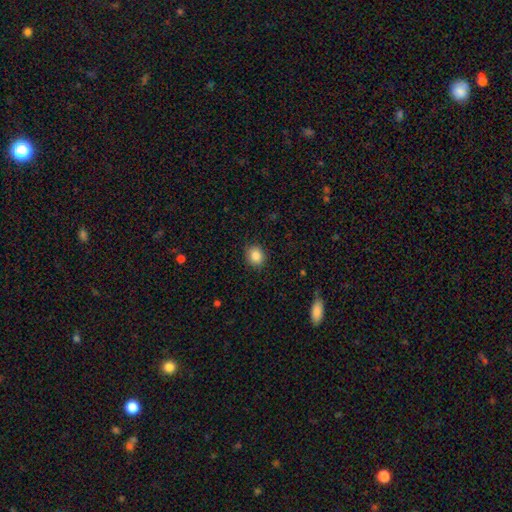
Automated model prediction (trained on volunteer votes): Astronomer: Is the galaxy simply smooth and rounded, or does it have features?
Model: smooth — 87%.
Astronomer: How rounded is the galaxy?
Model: round — 70%.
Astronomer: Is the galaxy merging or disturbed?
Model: none — 86%.